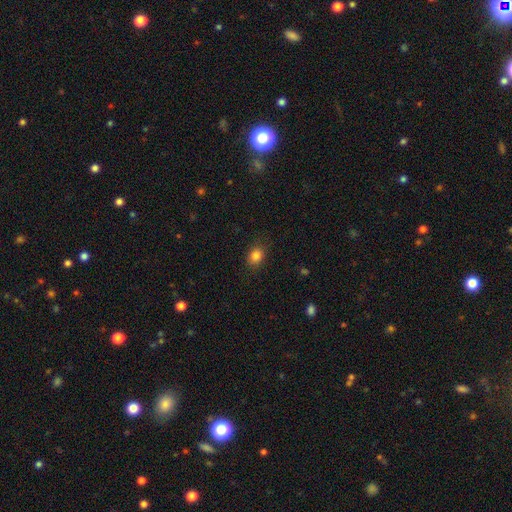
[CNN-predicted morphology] Smooth or featured? smooth (84%)
How rounded? in between (53%)
Merging? none (84%)